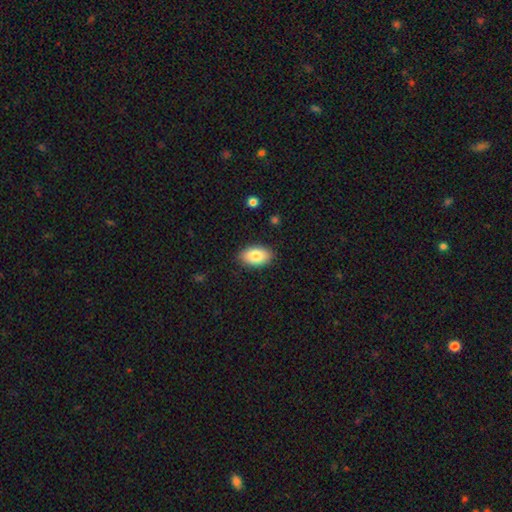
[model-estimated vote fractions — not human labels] Morphology: type=smooth (83%); roundness=in between (92%); merging=none (87%).